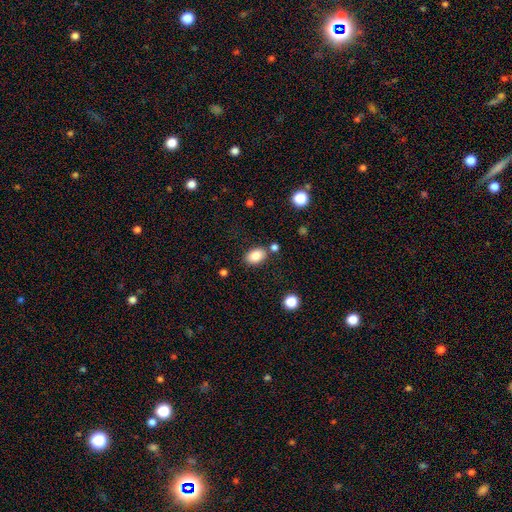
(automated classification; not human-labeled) Smooth or featured? smooth (85%)
How rounded? in between (81%)
Merging? none (78%)